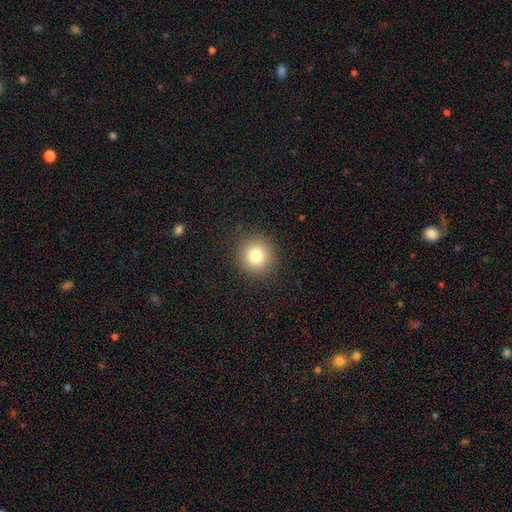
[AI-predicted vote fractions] smooth 80%, star or artifact 12%, featured or disk 9%. Down the decision tree: how rounded — round (93%); merging — none (91%).